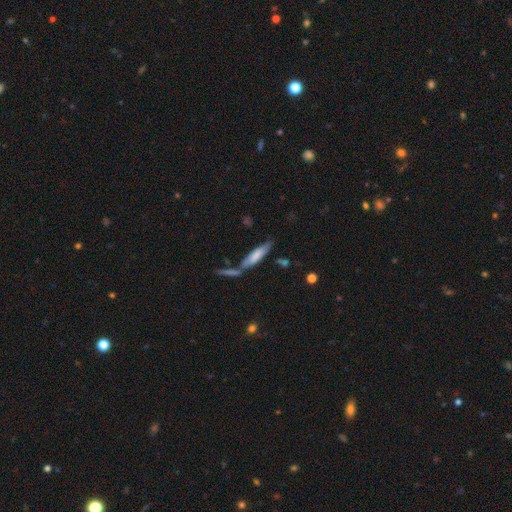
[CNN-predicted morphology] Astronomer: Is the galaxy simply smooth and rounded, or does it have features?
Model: smooth — 68%.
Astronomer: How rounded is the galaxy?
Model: cigar-shaped — 71%.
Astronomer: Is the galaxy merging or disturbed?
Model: none — 54%.